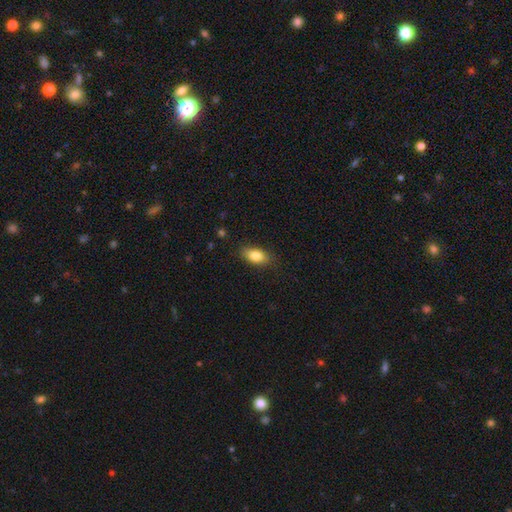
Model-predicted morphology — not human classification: smooth-or-featured: smooth: 84% | featured or disk: 9% | star or artifact: 7%
  how-rounded: in between: 87% | round: 6% | cigar-shaped: 6%
  merging: none: 83% | minor disturbance: 13% | major disturbance: 3% | merger: 1%